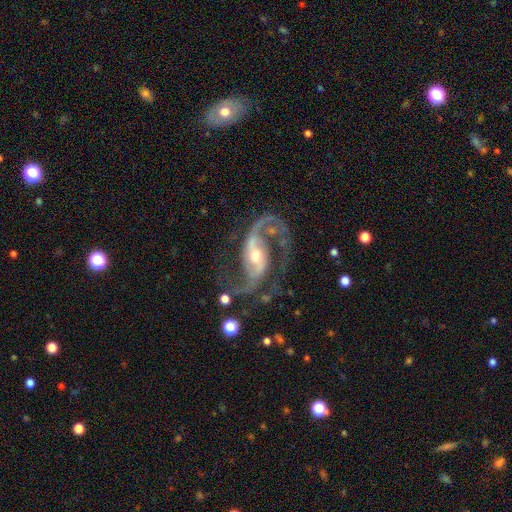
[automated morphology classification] This appears to be a featured or disk galaxy (93%) with a strong bar (38%, tied with weak), 2 (92%) medium (52%) spiral arms (98%) and a moderate central bulge (54%). Merging: none (69%).